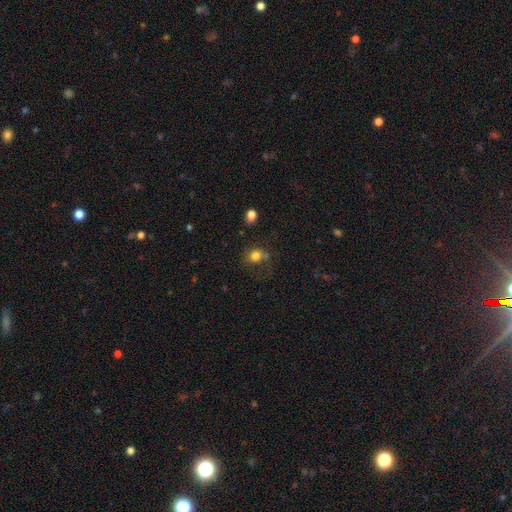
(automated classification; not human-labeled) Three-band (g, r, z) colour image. It shows a smooth galaxy with no disk features (77%) that is round (67%). Merging: none (55%).